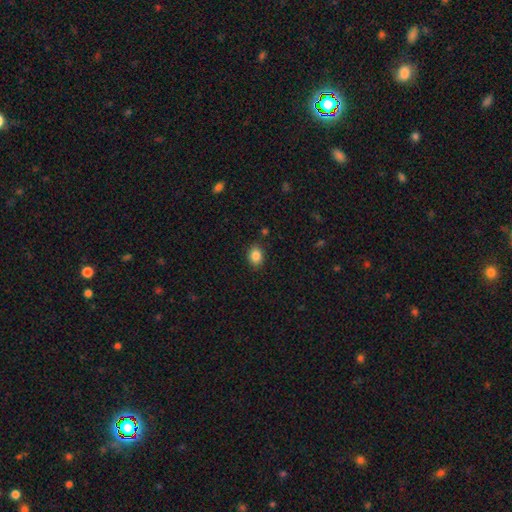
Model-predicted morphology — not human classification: type=smooth (86%); roundness=in between (62%); merging=none (86%).